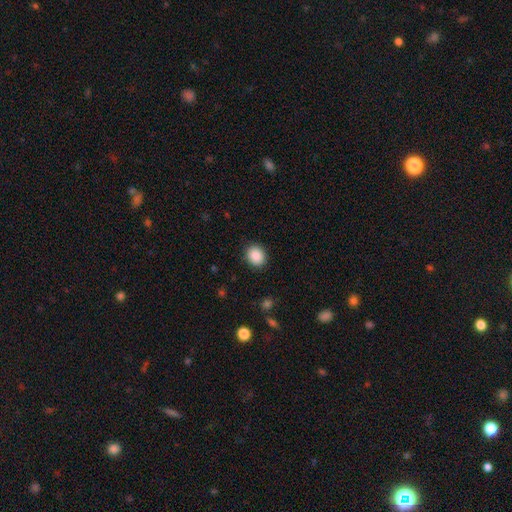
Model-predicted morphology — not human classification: A smooth galaxy with no disk features (89%) that is round (62%).

Vote fractions:
- Smooth or featured? smooth: 89% / star or artifact: 8% / featured or disk: 3%
- How rounded? round: 62% / in between: 37% / cigar-shaped: 1%
- Merging? none: 89% / minor disturbance: 8% / major disturbance: 2% / merger: 1%